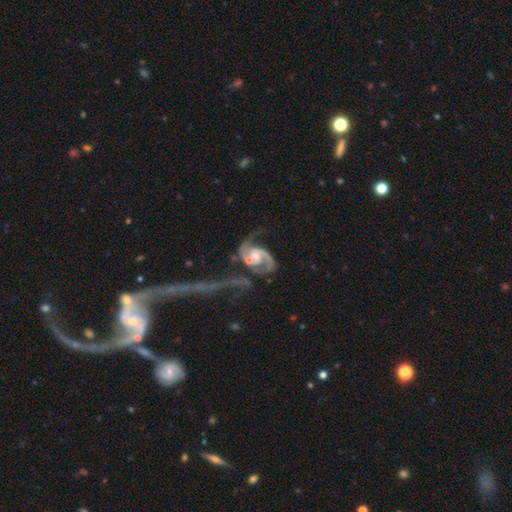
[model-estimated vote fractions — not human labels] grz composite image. It shows a featured or disk galaxy (90%) with no bar (52%), 2 (87%) medium (49%) spiral arms (97%) and a moderate central bulge (53%). Merging: merger (31%).